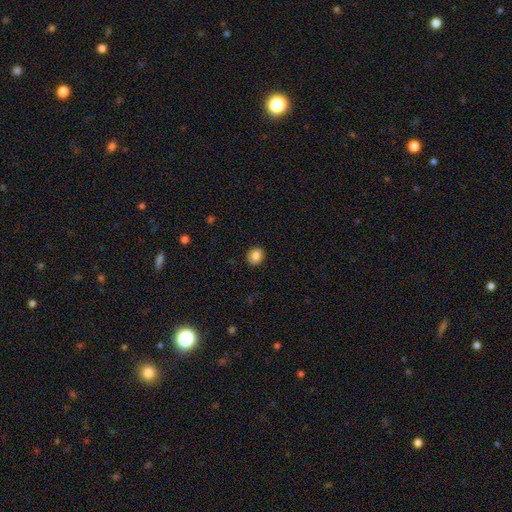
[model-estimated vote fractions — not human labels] A smooth galaxy with no disk features (85%) that is round (72%).

Vote fractions:
- Smooth or featured? smooth: 85% / star or artifact: 9% / featured or disk: 6%
- How rounded? round: 72% / in between: 27% / cigar-shaped: 1%
- Merging? none: 91% / minor disturbance: 7% / major disturbance: 2% / merger: 1%